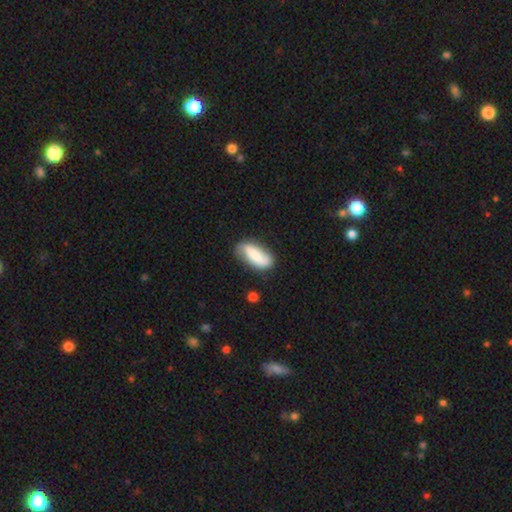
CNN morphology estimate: Smooth or featured? smooth (69%)
How rounded? in between (77%)
Merging? none (68%)